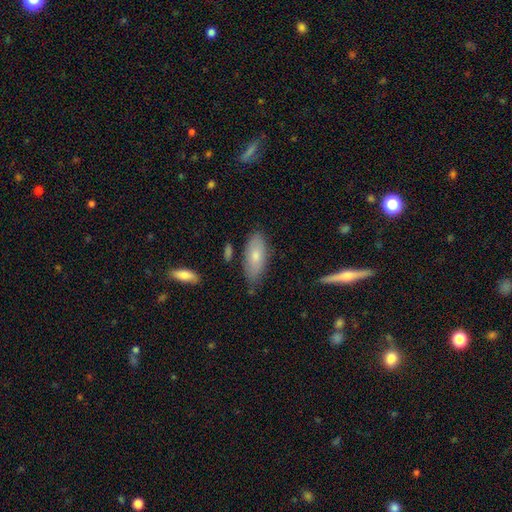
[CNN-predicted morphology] The model was most divided on "smooth or featured": smooth: 73%, featured or disk: 21%, star or artifact: 6%. More confident: how rounded — in between (81%); merging — none (73%).